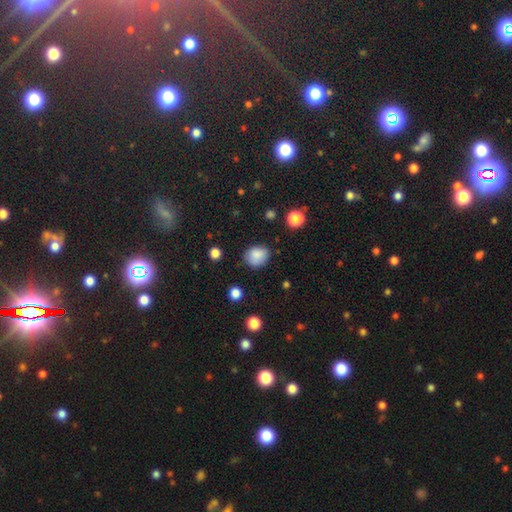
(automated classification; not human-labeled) Smooth or featured: smooth — 85% (star or artifact — 9%)
How rounded: round — 57% (in between — 42%)
Merging: none — 71% (minor disturbance — 21%)